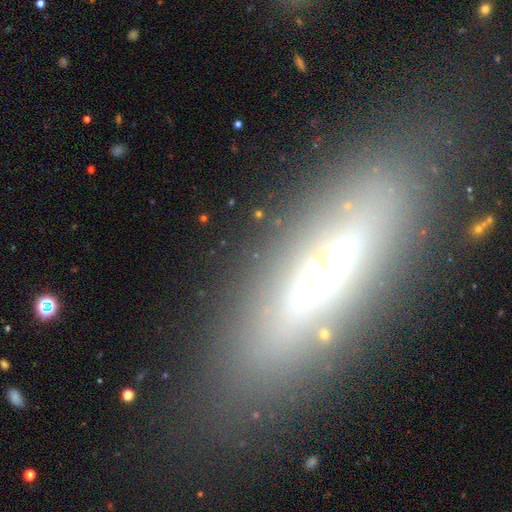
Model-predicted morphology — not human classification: Smooth or featured: featured or disk — 44% (smooth — 39%)
Merging: none — 72% (minor disturbance — 15%)